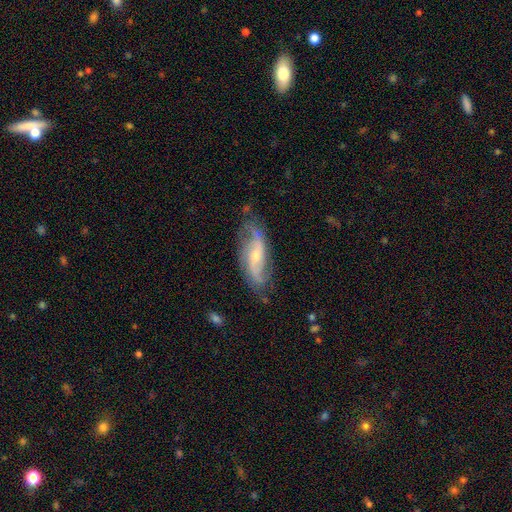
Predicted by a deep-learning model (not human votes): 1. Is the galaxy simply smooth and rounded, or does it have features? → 85% featured or disk, 10% smooth, 6% star or artifact.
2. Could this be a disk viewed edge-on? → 91% no, 9% yes.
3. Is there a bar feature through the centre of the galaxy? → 50% no, 37% weak, 13% strong.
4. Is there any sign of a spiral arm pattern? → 96% yes, 4% no.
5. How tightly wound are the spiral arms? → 42% loose, 40% medium, 17% tight.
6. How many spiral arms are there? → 77% 2, 9% can't tell, 7% 3, 3% 1, 2% 4, 2% more than 4.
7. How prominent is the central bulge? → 61% small, 35% moderate, 1% none, 1% large, 1% dominant.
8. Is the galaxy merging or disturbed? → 74% none, 19% minor disturbance, 6% major disturbance, 2% merger.